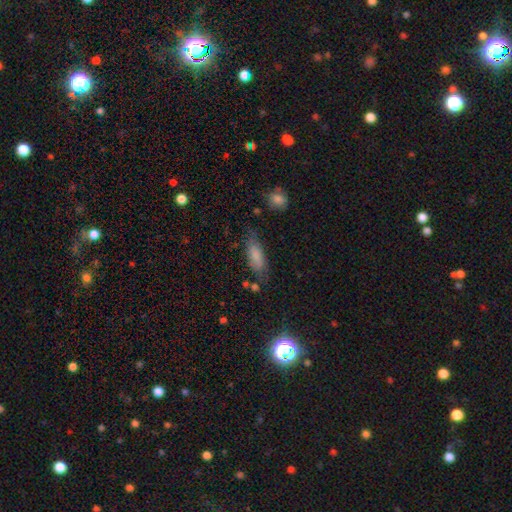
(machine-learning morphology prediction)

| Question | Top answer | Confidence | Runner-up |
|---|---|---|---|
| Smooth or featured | smooth | 78% | featured or disk (14%) |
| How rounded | in between | 72% | cigar-shaped (26%) |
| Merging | none | 64% | minor disturbance (24%) |